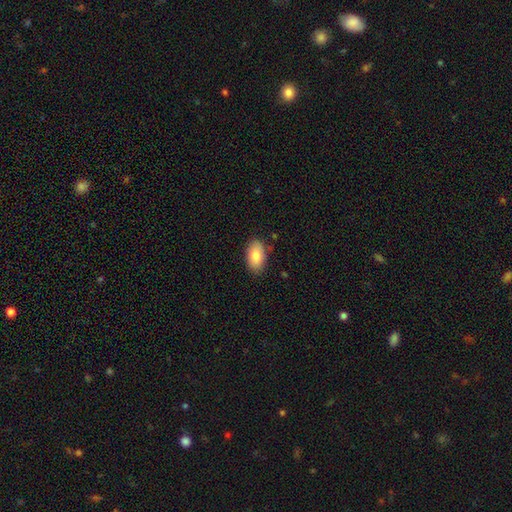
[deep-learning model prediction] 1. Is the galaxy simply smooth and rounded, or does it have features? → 84% smooth, 9% featured or disk, 7% star or artifact.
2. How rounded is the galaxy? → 93% in between, 5% round, 2% cigar-shaped.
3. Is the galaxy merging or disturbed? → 84% none, 12% minor disturbance, 2% major disturbance, 1% merger.